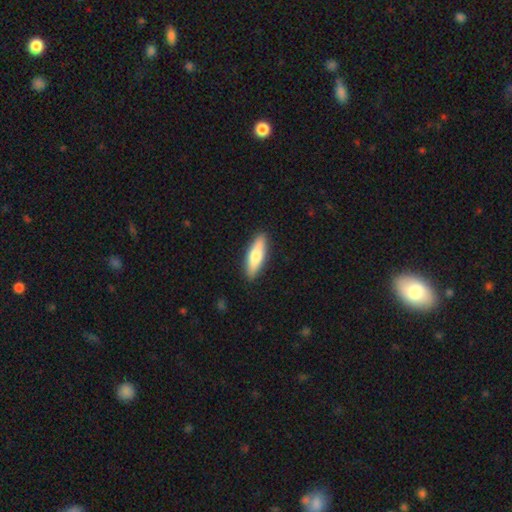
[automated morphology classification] Smooth or featured? Predicted: smooth (p=0.70). How rounded? Predicted: cigar-shaped (p=0.59). Merging? Predicted: none (p=0.90).